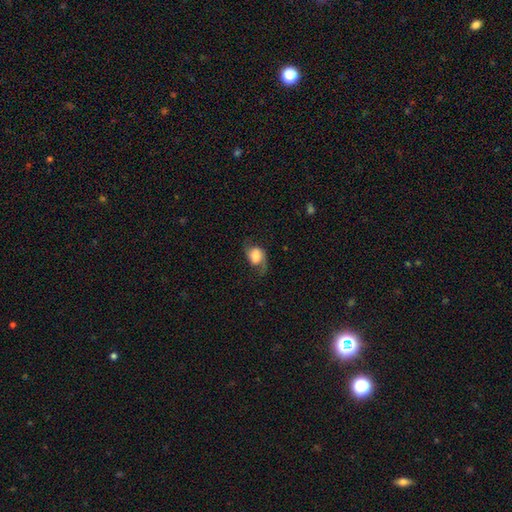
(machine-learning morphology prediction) type=smooth (51%); roundness=in between (65%); merging=none (50%).